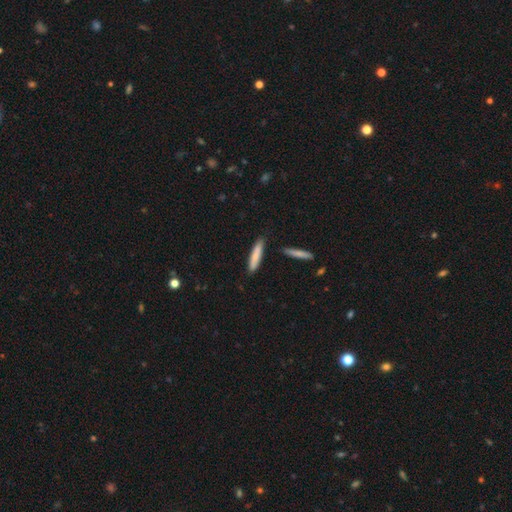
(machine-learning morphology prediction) smooth_or_featured: smooth (p=0.80) [alt: featured or disk p=0.15]
how_rounded: cigar-shaped (p=0.86) [alt: in between p=0.12]
merging: none (p=0.84) [alt: minor disturbance p=0.11]